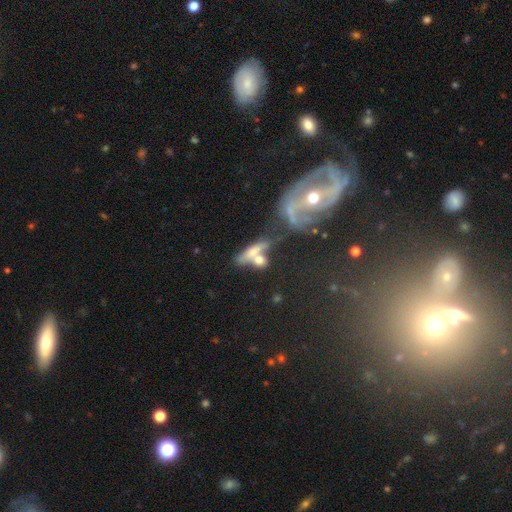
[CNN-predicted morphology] Smooth or featured: smooth — 55% (featured or disk — 33%)
How rounded: in between — 44% (cigar-shaped — 39%)
Merging: merger — 45% (none — 32%)